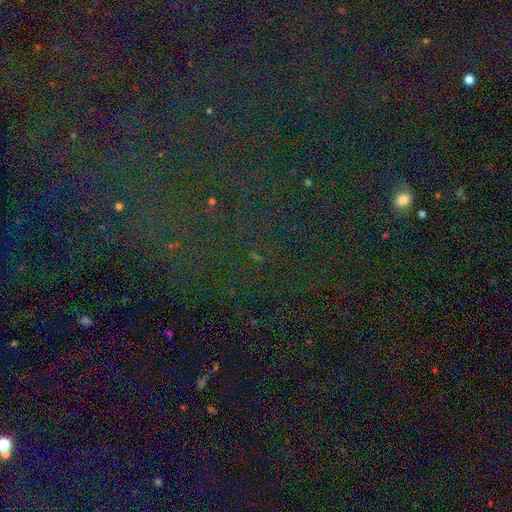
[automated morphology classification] The model was most divided on "smooth or featured": star or artifact: 81%, smooth: 11%, featured or disk: 8%.